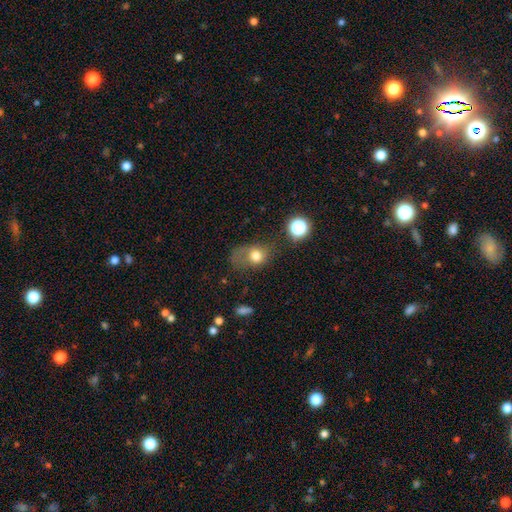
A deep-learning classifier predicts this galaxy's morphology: smooth-or-featured: smooth: 70% | featured or disk: 18% | star or artifact: 12%
  how-rounded: in between: 54% | round: 44% | cigar-shaped: 2%
  merging: major disturbance: 36% | none: 32% | minor disturbance: 26% | merger: 6%